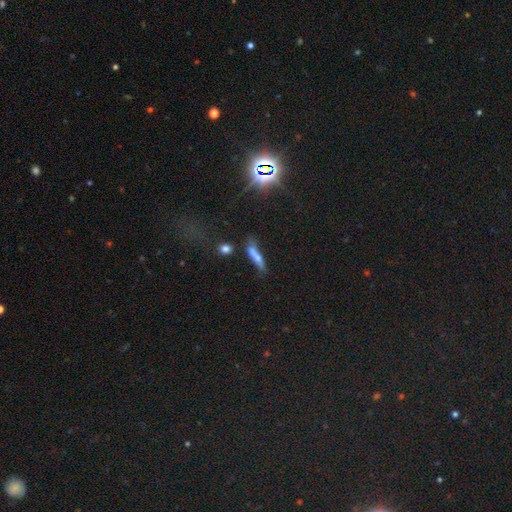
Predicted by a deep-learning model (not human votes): Smooth or featured?
  - smooth: 55% *
  - featured or disk: 31%
  - star or artifact: 14%
How rounded?
  - cigar-shaped: 74% *
  - in between: 22%
  - round: 5%
Merging?
  - none: 41% *
  - merger: 27%
  - minor disturbance: 19%
  - major disturbance: 13%